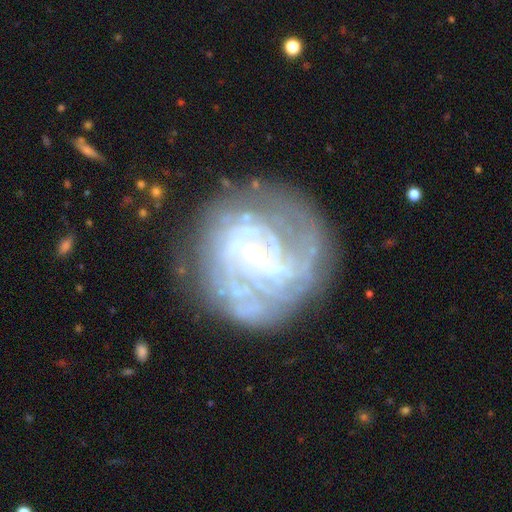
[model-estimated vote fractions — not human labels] featured or disk 84%, smooth 8%, star or artifact 8%. Down the decision tree: edge-on disk — no (98%); bar — weak (49%); spiral arms — yes (93%); spiral arm count — can't tell (36%); spiral winding — tight (67%); bulge size — small (79%); merging — none (71%).